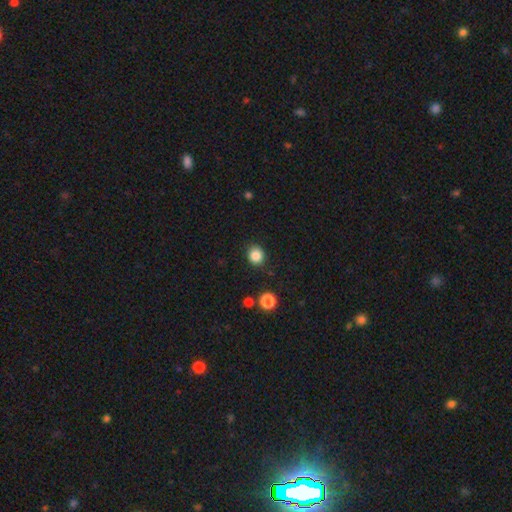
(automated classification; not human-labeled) Smooth or featured: smooth — 85% (star or artifact — 11%)
How rounded: round — 75% (in between — 24%)
Merging: none — 87% (minor disturbance — 9%)